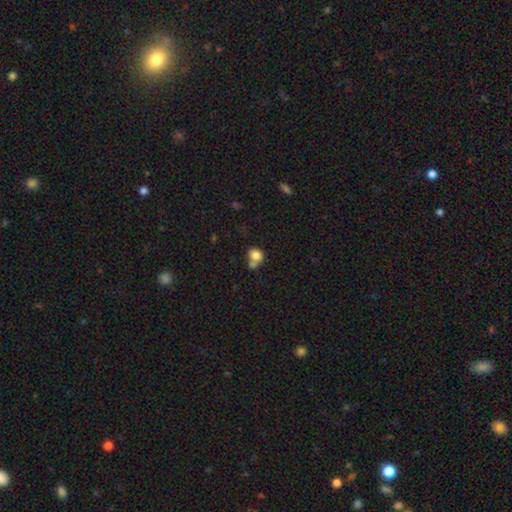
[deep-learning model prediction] Smooth or featured?
  - smooth: 80% *
  - star or artifact: 10%
  - featured or disk: 10%
How rounded?
  - round: 63% *
  - in between: 36%
  - cigar-shaped: 1%
Merging?
  - merger: 42% *
  - none: 40%
  - minor disturbance: 12%
  - major disturbance: 5%